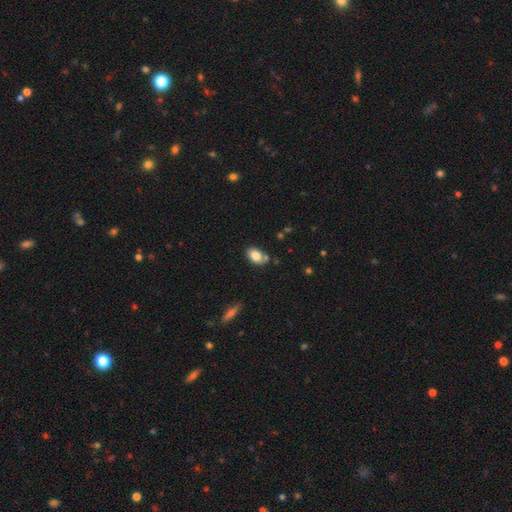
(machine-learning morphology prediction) Smooth or featured: smooth — 83% (featured or disk — 9%)
How rounded: in between — 85% (round — 13%)
Merging: none — 67% (minor disturbance — 18%)